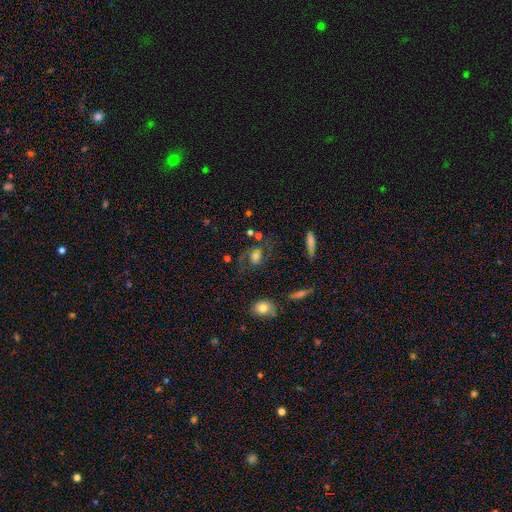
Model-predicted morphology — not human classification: This is possibly a featured or disk galaxy (49%). Merging: possibly none (53%).